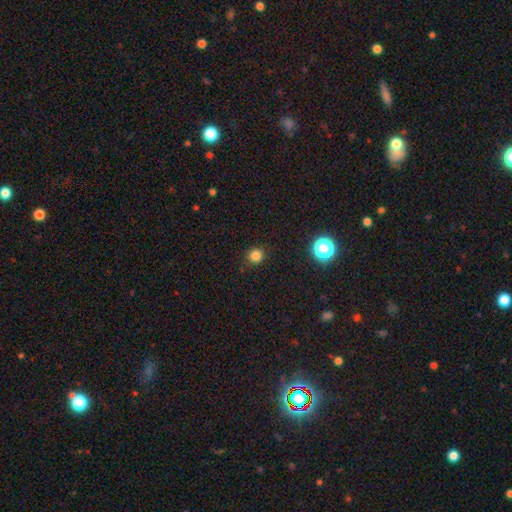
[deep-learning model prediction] smooth 82%, star or artifact 14%, featured or disk 4%. Down the decision tree: how rounded — round (89%); merging — none (89%).